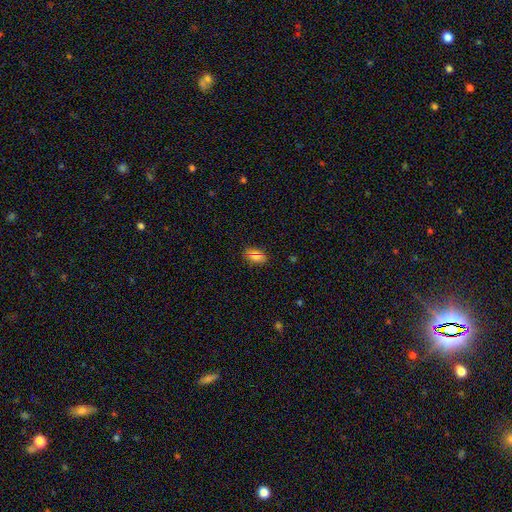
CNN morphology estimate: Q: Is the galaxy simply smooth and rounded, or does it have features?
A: smooth — 69%.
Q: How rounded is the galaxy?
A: in between — 81%.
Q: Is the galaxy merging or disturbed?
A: none — 85%.